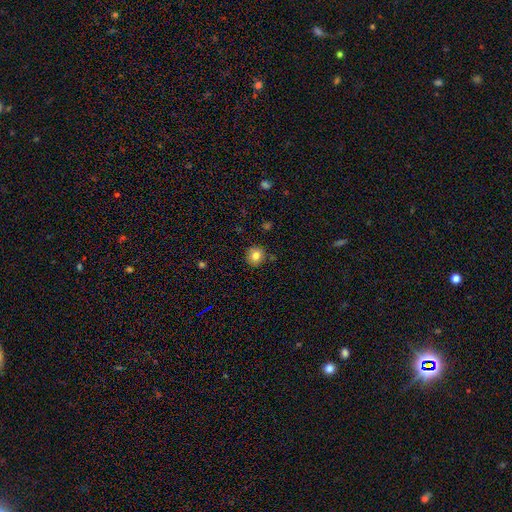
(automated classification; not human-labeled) This appears to be a smooth galaxy with no disk features (80%) that is round (90%). Merging: none (88%).